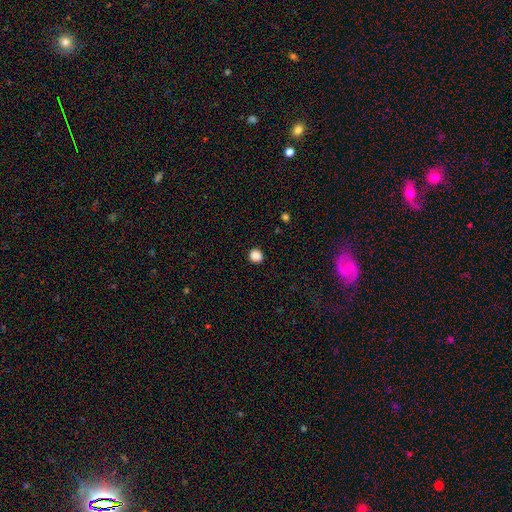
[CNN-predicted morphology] Smooth or featured: smooth — 87% (star or artifact — 11%)
How rounded: round — 89% (in between — 10%)
Merging: none — 92% (minor disturbance — 5%)